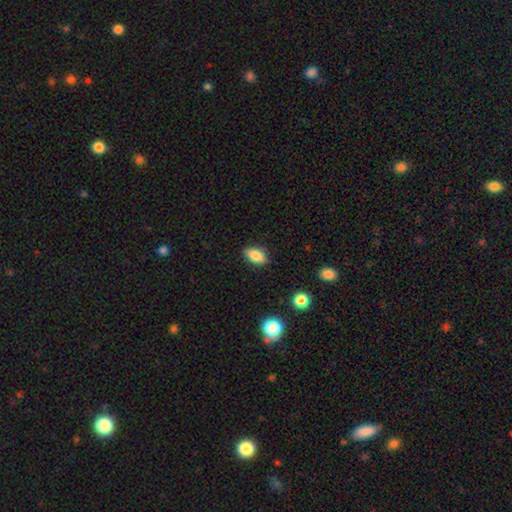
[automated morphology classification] Smooth or featured? Predicted: smooth (p=0.85). How rounded? Predicted: in between (p=0.89). Merging? Predicted: none (p=0.85).